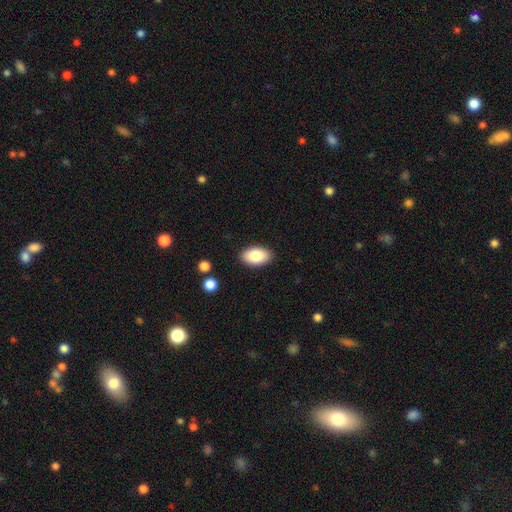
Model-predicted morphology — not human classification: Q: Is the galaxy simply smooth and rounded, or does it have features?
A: smooth — 84%.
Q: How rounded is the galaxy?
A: in between — 94%.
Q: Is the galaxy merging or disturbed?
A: none — 88%.